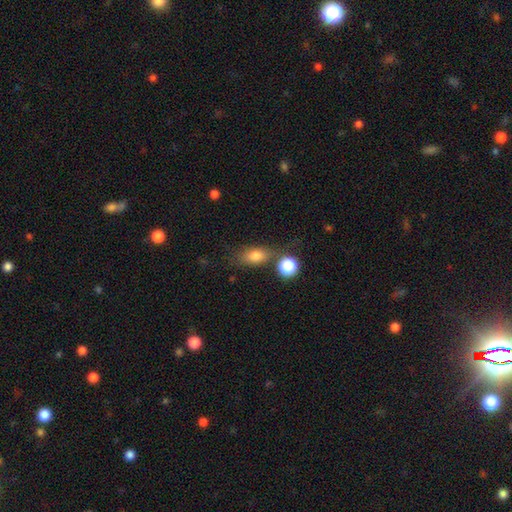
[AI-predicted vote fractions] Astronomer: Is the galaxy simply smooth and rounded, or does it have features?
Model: smooth — 77%.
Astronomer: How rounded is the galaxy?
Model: in between — 73%.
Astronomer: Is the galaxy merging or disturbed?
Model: none — 59%.